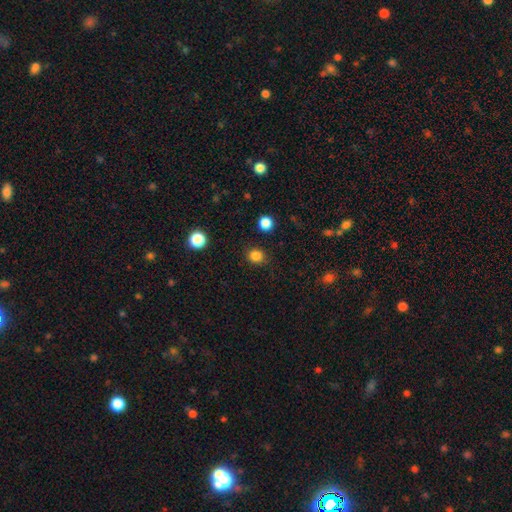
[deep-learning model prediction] Morphology: type=smooth (83%); roundness=round (84%); merging=none (88%).